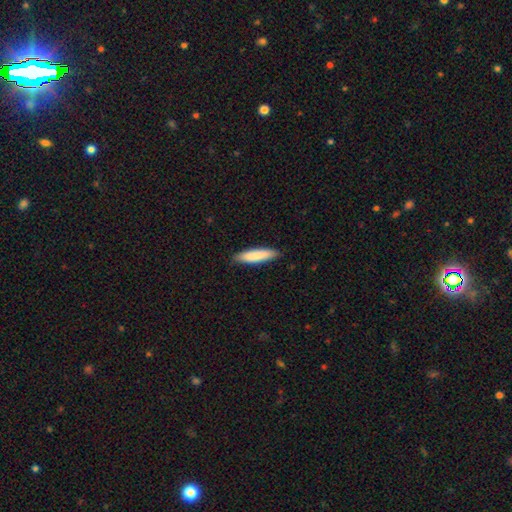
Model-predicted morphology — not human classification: A smooth galaxy with no disk features (85%) that is cigar-shaped (73%).

Vote fractions:
- Smooth or featured? smooth: 85% / featured or disk: 9% / star or artifact: 5%
- How rounded? cigar-shaped: 73% / in between: 25% / round: 1%
- Merging? none: 87% / minor disturbance: 10% / major disturbance: 2% / merger: 1%